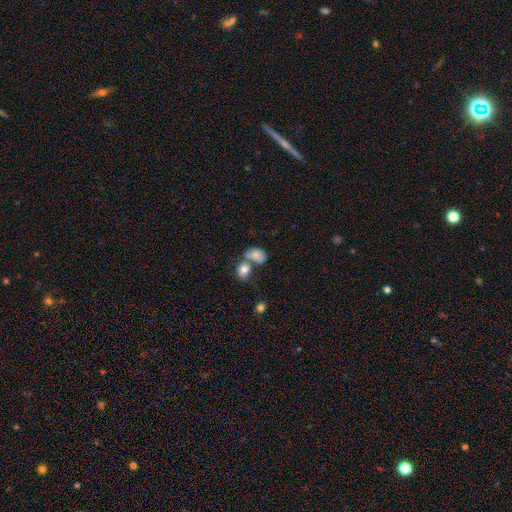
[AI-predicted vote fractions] smooth 79%, featured or disk 12%, star or artifact 9%. Down the decision tree: how rounded — in between (71%); merging — merger (54%).